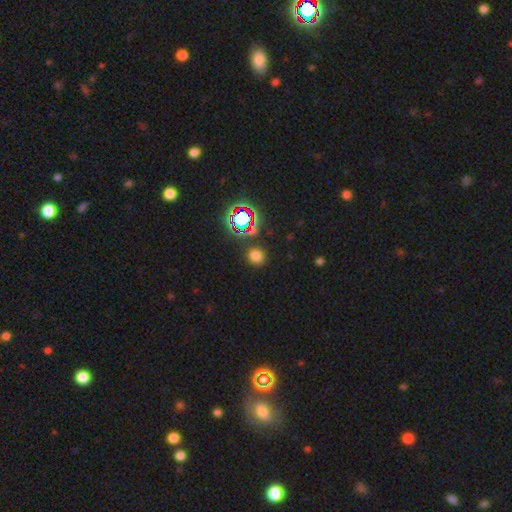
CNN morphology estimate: type=smooth (69%); roundness=round (84%); merging=none (85%).